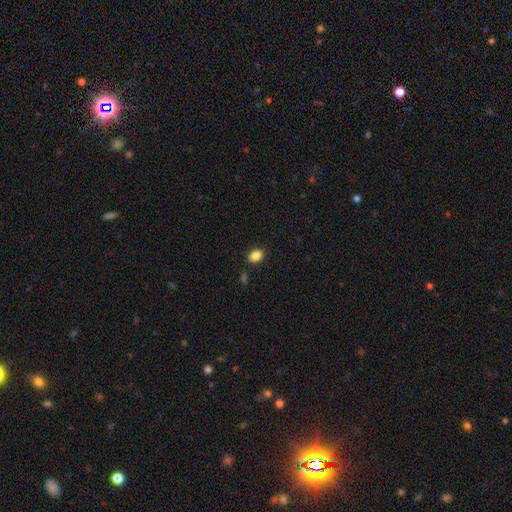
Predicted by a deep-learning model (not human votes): This is clearly a smooth galaxy (86%). How rounded: likely in between (73%). Merging: clearly none (86%).